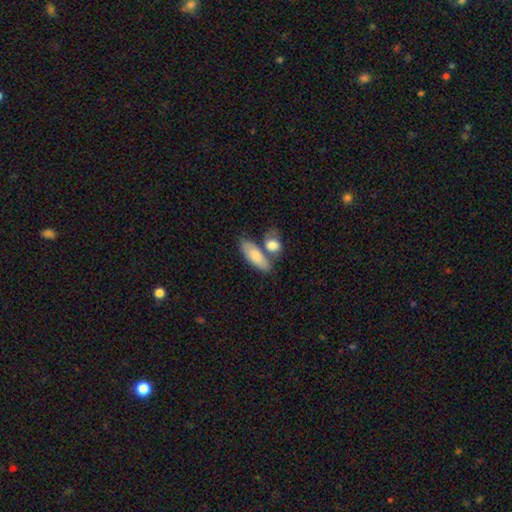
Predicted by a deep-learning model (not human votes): Smooth or featured? Predicted: smooth (p=0.80). How rounded? Predicted: in between (p=0.78). Merging? Predicted: none (p=0.47).